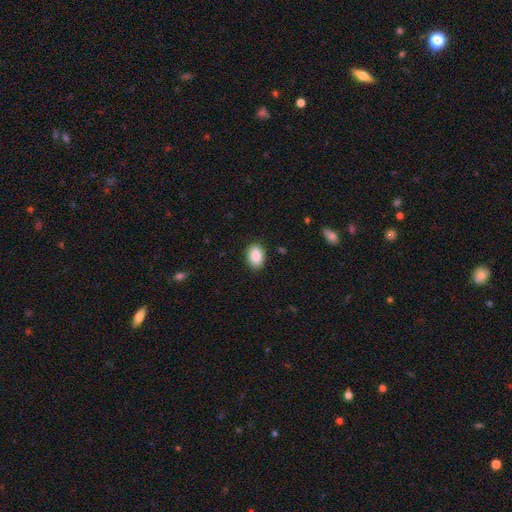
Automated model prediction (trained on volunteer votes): This is clearly a smooth galaxy (88%). How rounded: clearly in between (83%). Merging: clearly none (88%).